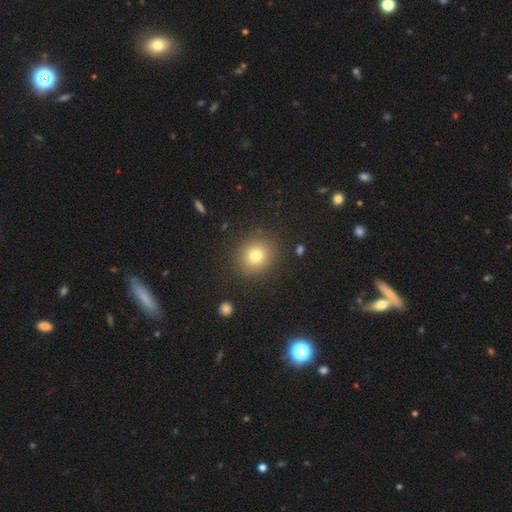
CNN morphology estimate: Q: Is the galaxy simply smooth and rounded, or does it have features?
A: smooth — 78%.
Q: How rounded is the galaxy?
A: round — 87%.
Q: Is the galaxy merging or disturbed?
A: none — 88%.